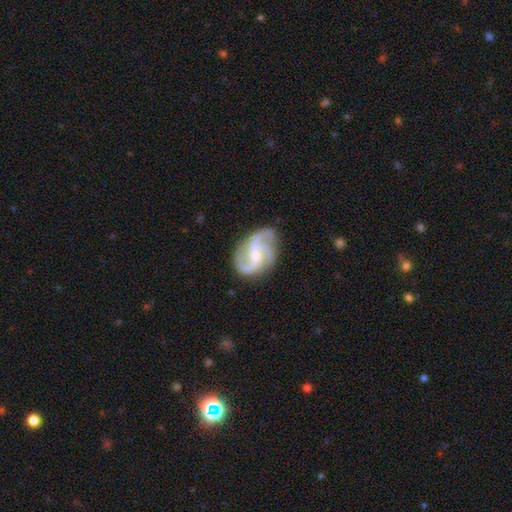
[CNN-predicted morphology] Q: Smooth or featured?
A: featured or disk (90%); runner-up: smooth (5%)
Q: Edge-on disk?
A: no (98%); runner-up: yes (2%)
Q: Bar?
A: weak (44%); runner-up: no (43%)
Q: Spiral arms?
A: yes (98%); runner-up: no (2%)
Q: Spiral winding?
A: medium (50%); runner-up: loose (35%)
Q: Spiral arm count?
A: 3 (53%); runner-up: 2 (25%)
Q: Bulge size?
A: small (60%); runner-up: moderate (34%)
Q: Merging?
A: none (72%); runner-up: minor disturbance (18%)